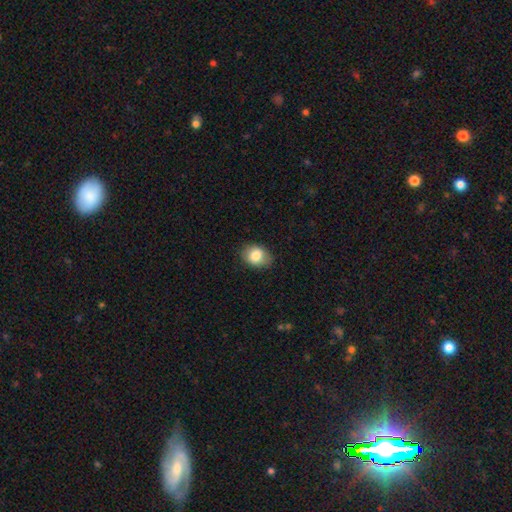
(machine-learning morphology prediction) Smooth or featured?
  - smooth: 83% *
  - featured or disk: 8%
  - star or artifact: 8%
How rounded?
  - in between: 61% *
  - round: 38%
  - cigar-shaped: 1%
Merging?
  - none: 79% *
  - minor disturbance: 16%
  - major disturbance: 4%
  - merger: 1%